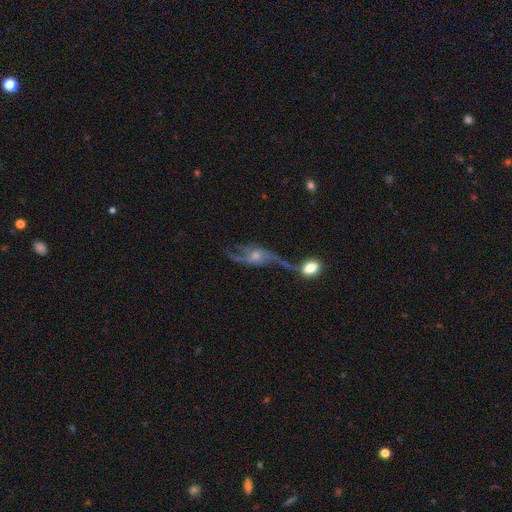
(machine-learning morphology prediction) A featured or disk galaxy (79%) with no bar (68%), 2 (75%) loose (73%) spiral arms (88%) and a small central bulge (50%).

Vote fractions:
- Smooth or featured? featured or disk: 79% / smooth: 12% / star or artifact: 9%
- Edge-on disk? no: 87% / yes: 13%
- Bar? no: 68% / weak: 26% / strong: 7%
- Spiral arms? yes: 88% / no: 12%
- Spiral winding? loose: 73% / medium: 20% / tight: 7%
- Spiral arm count? 2: 75% / can't tell: 10% / 3: 5% / 1: 5% / 4: 3% / more than 4: 2%
- Bulge size? small: 50% / moderate: 39% / none: 5% / large: 4% / dominant: 2%
- Merging? none: 34% / merger: 25% / major disturbance: 24% / minor disturbance: 17%